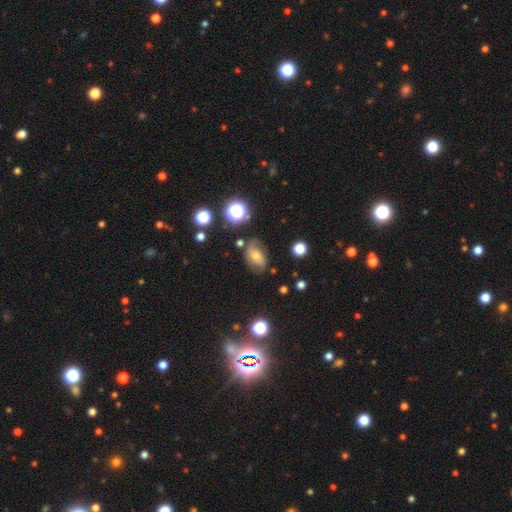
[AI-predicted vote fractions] This is marginally a featured or disk galaxy (41%). Merging: likely none (61%).